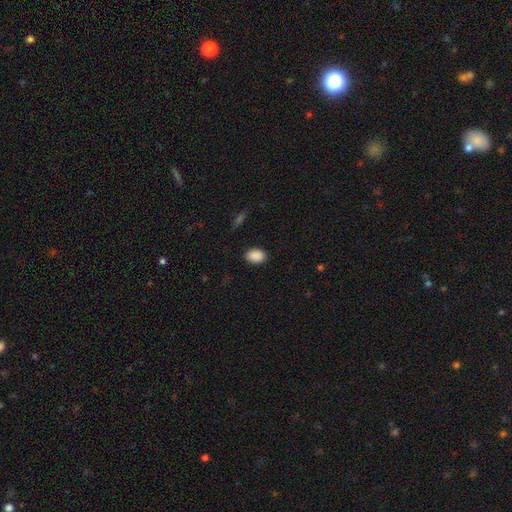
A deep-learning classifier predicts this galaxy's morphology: smooth_or_featured: smooth (p=0.90) [alt: star or artifact p=0.08]
how_rounded: in between (p=0.82) [alt: round p=0.17]
merging: none (p=0.88) [alt: minor disturbance p=0.09]